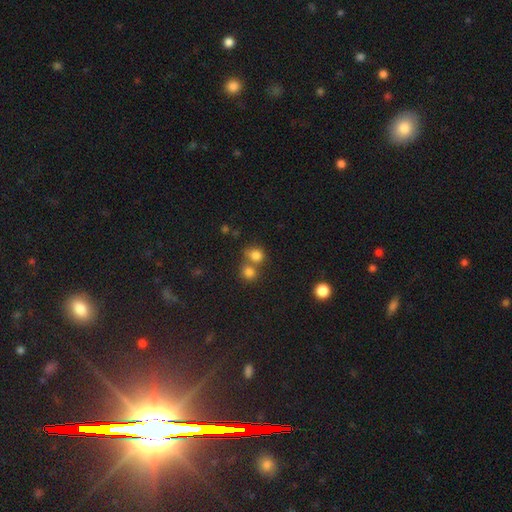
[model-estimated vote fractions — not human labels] This appears to be a smooth galaxy with no disk features (80%) that is round (76%). Merging: none (47%).